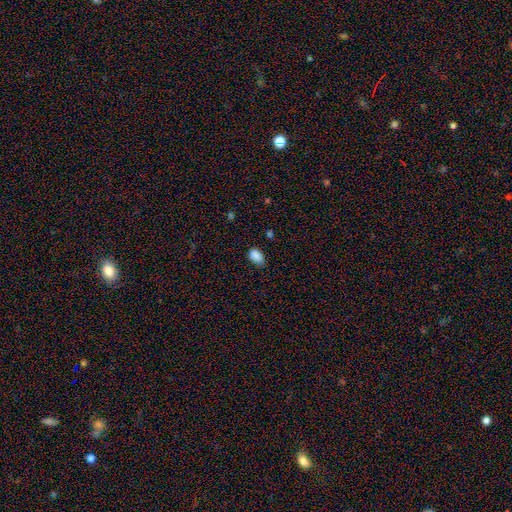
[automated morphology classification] smooth_or_featured: smooth (p=0.88) [alt: star or artifact p=0.09]
how_rounded: in between (p=0.88) [alt: round p=0.11]
merging: none (p=0.71) [alt: minor disturbance p=0.24]